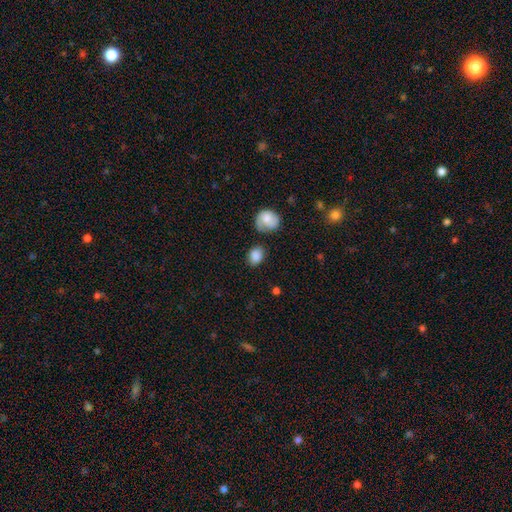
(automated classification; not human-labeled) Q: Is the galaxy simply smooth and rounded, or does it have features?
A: smooth — 84%.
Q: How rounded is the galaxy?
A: in between — 62%.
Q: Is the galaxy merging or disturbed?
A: none — 71%.